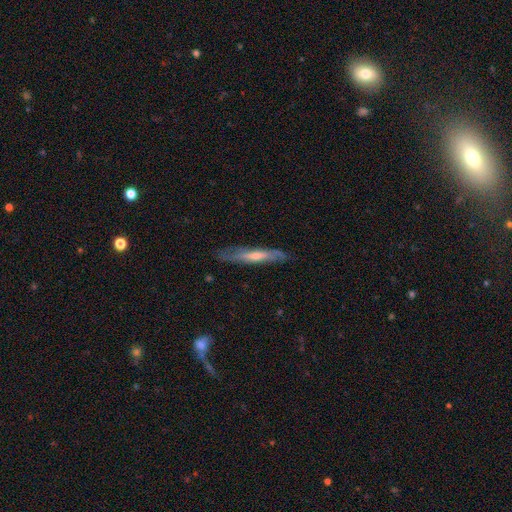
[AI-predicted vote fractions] Morphology: type=featured or disk (56%); edge-on=yes (77%); merging=none (79%).